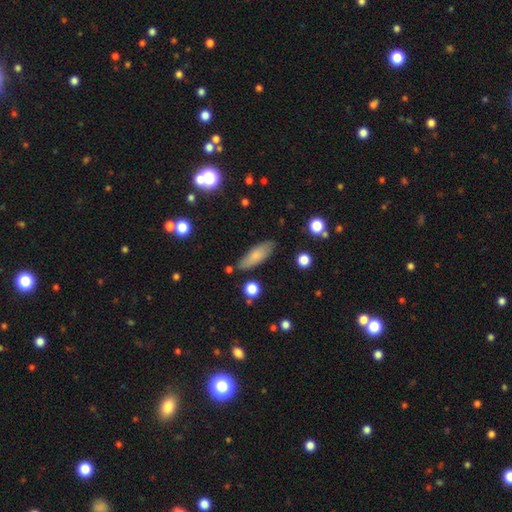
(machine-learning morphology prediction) Smooth or featured?
  - smooth: 77% *
  - featured or disk: 16%
  - star or artifact: 7%
How rounded?
  - in between: 61% *
  - cigar-shaped: 37%
  - round: 2%
Merging?
  - none: 80% *
  - minor disturbance: 14%
  - merger: 3%
  - major disturbance: 3%